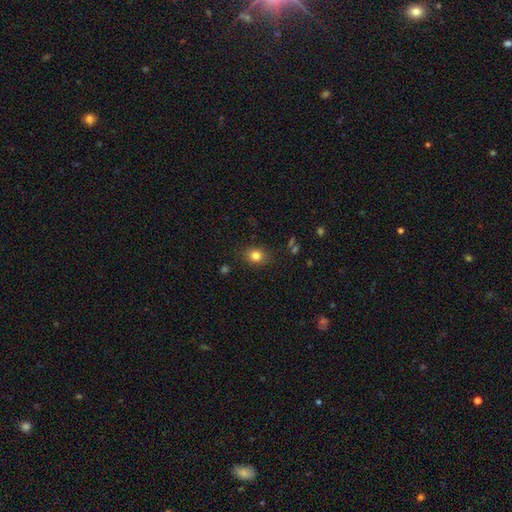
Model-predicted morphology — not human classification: The model was most divided on "how rounded": round: 59%, in between: 40%, cigar-shaped: 1%. More confident: merging — none (85%); smooth or featured — smooth (81%).